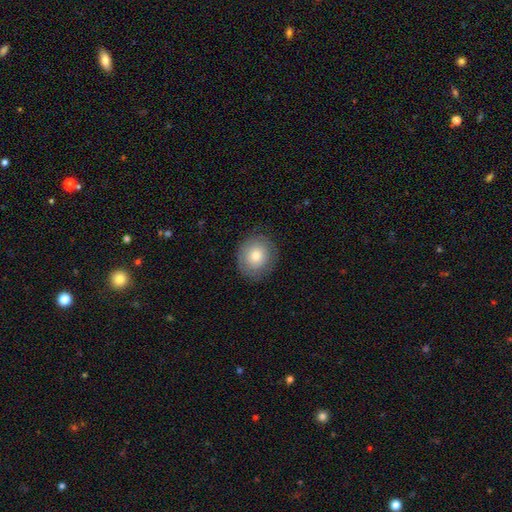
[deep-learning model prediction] Q: Smooth or featured?
A: smooth (70%); runner-up: featured or disk (22%)
Q: How rounded?
A: round (75%); runner-up: in between (24%)
Q: Merging?
A: none (82%); runner-up: minor disturbance (13%)